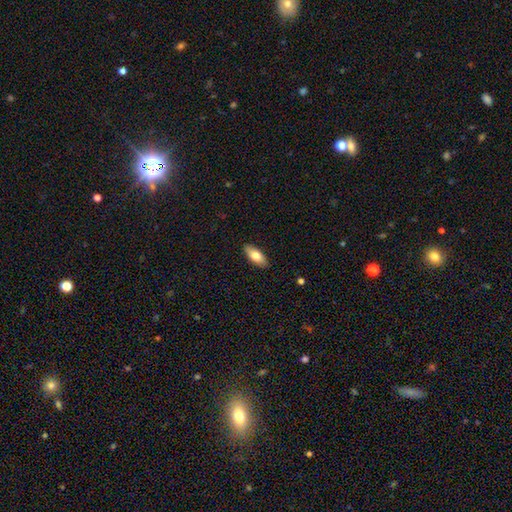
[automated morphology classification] smooth-or-featured: smooth: 76% | featured or disk: 18% | star or artifact: 6%
  how-rounded: in between: 83% | cigar-shaped: 15% | round: 2%
  merging: none: 89% | minor disturbance: 9% | major disturbance: 2% | merger: 1%